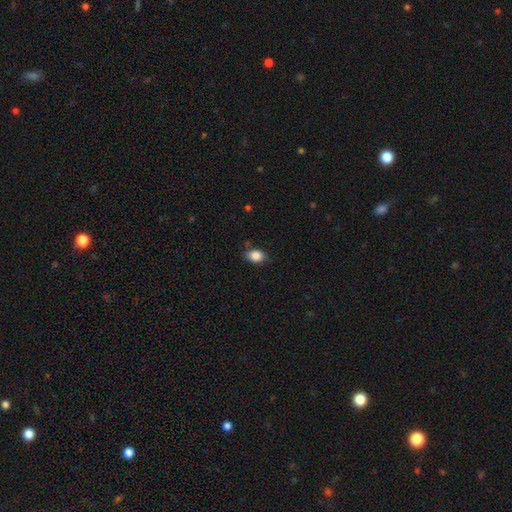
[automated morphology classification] smooth-or-featured: smooth: 84% | star or artifact: 8% | featured or disk: 7%
  how-rounded: in between: 78% | round: 20% | cigar-shaped: 1%
  merging: none: 79% | minor disturbance: 16% | major disturbance: 3% | merger: 2%